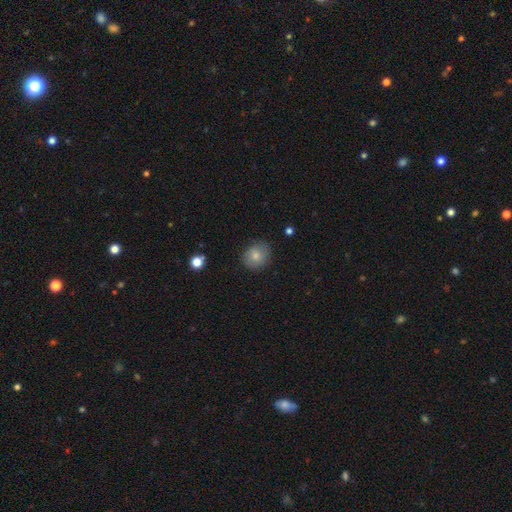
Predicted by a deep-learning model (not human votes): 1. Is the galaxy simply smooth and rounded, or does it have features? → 79% smooth, 12% featured or disk, 8% star or artifact.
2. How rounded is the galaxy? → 70% round, 30% in between, 1% cigar-shaped.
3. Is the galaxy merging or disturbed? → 80% none, 15% minor disturbance, 3% major disturbance, 1% merger.